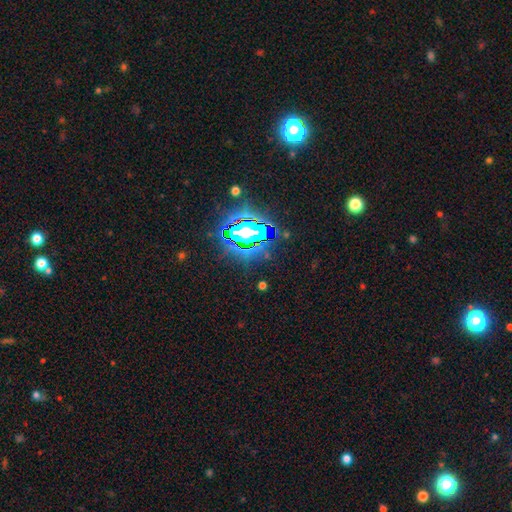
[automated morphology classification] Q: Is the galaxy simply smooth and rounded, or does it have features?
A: star or artifact — 83%.